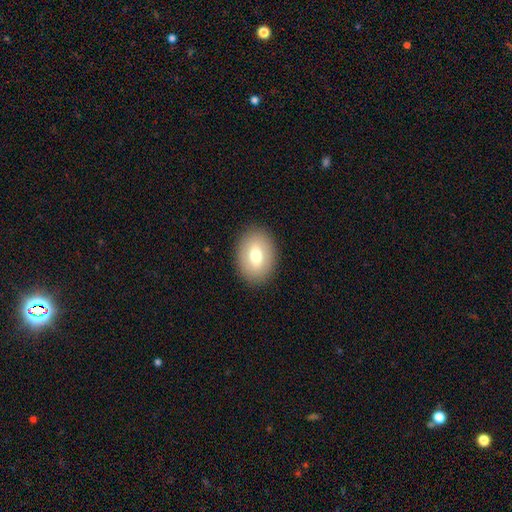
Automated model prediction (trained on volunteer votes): smooth-or-featured: smooth: 68% | featured or disk: 24% | star or artifact: 8%
  how-rounded: in between: 74% | round: 24% | cigar-shaped: 1%
  merging: none: 88% | minor disturbance: 8% | major disturbance: 3% | merger: 1%